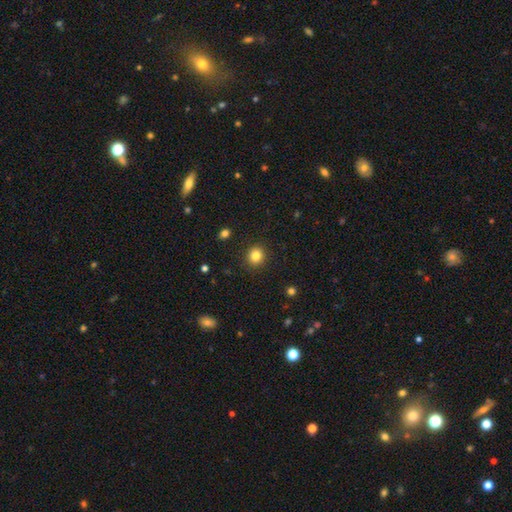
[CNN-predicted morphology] Smooth or featured? smooth (83%)
How rounded? round (89%)
Merging? none (91%)